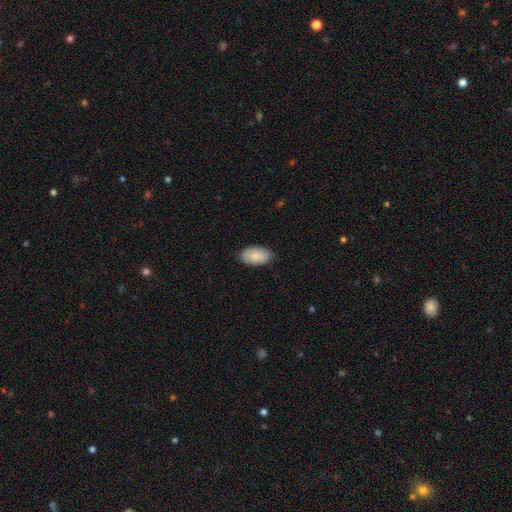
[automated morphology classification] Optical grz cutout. It shows a smooth galaxy with no disk features (87%) that is in between round and cigar-shaped (95%). Merging: none (84%).